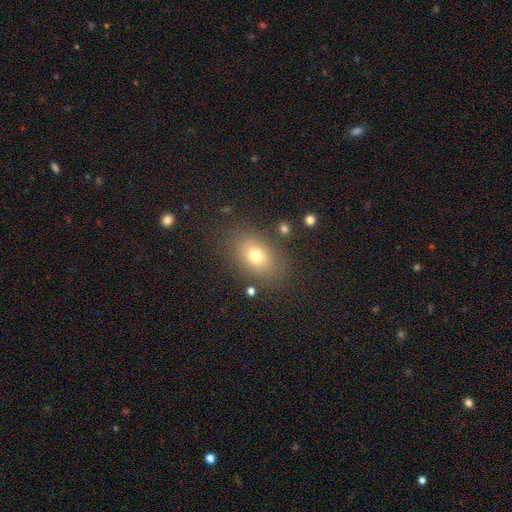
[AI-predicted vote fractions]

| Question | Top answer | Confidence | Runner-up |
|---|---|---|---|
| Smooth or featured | smooth | 70% | featured or disk (16%) |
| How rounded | in between | 72% | round (26%) |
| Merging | none | 79% | minor disturbance (12%) |